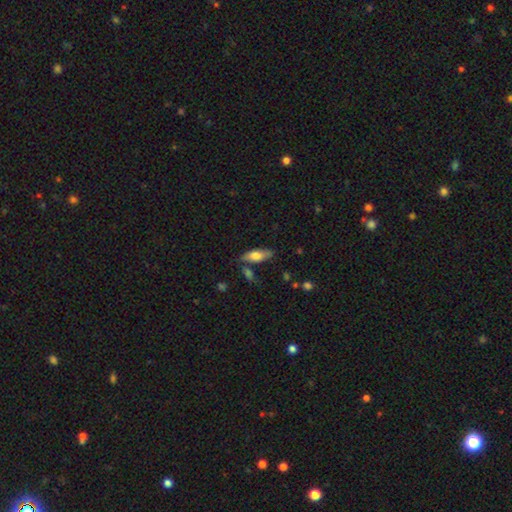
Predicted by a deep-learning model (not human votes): Smooth or featured?
  - smooth: 72% *
  - featured or disk: 22%
  - star or artifact: 6%
How rounded?
  - in between: 70% *
  - cigar-shaped: 28%
  - round: 2%
Merging?
  - none: 70% *
  - minor disturbance: 18%
  - merger: 8%
  - major disturbance: 5%